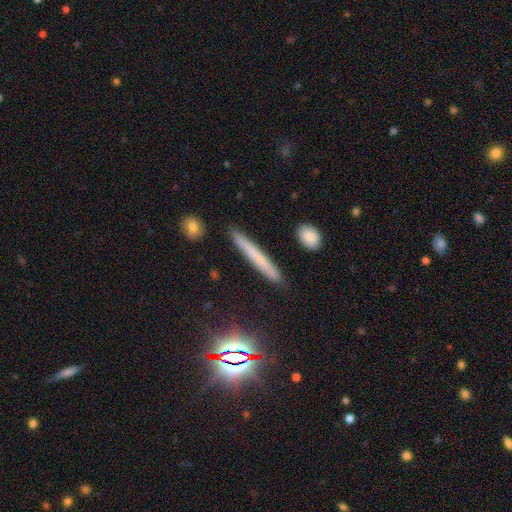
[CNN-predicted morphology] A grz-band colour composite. It shows a smooth galaxy with no disk features (59%) that is cigar-shaped (95%). Merging: none (89%).